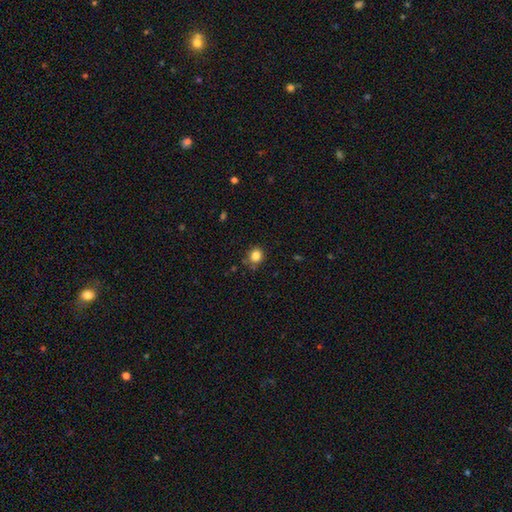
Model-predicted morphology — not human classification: This is clearly a smooth galaxy (84%). How rounded: likely round (79%). Merging: likely none (78%).